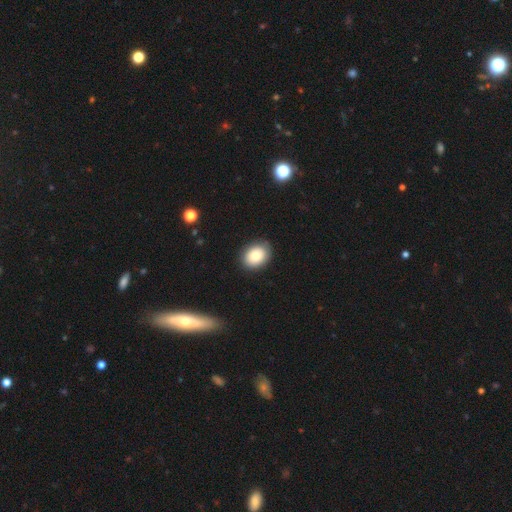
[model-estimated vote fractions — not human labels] This is clearly a smooth galaxy (80%). How rounded: possibly in between (56%). Merging: clearly none (86%).